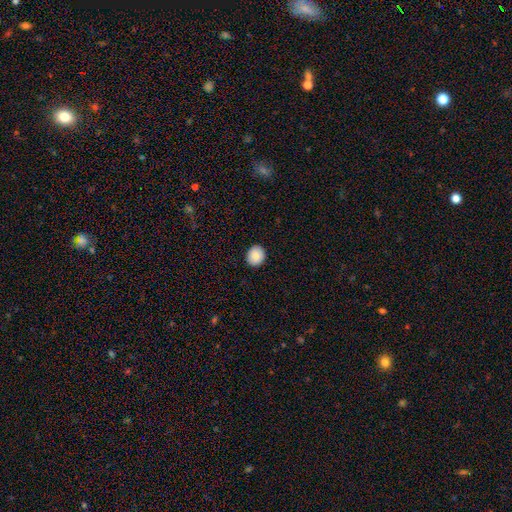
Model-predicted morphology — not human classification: A smooth galaxy with no disk features (87%) that is round (71%).

Vote fractions:
- Smooth or featured? smooth: 87% / star or artifact: 8% / featured or disk: 5%
- How rounded? round: 71% / in between: 28% / cigar-shaped: 1%
- Merging? none: 91% / minor disturbance: 7% / major disturbance: 2% / merger: 1%